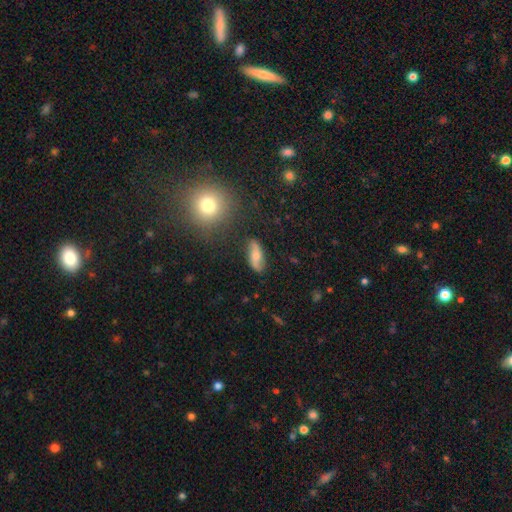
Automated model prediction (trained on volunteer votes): This appears to be a featured or disk galaxy (50%). Merging: none (80%).